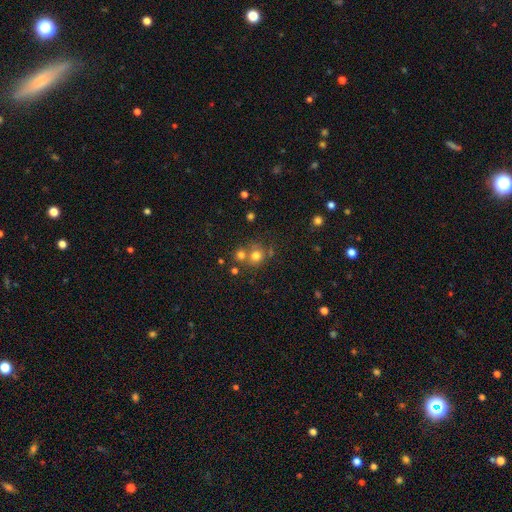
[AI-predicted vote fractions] A smooth galaxy with no disk features (73%) that is round (87%).

Vote fractions:
- Smooth or featured? smooth: 73% / star or artifact: 16% / featured or disk: 11%
- How rounded? round: 87% / in between: 12% / cigar-shaped: 1%
- Merging? none: 56% / merger: 31% / minor disturbance: 9% / major disturbance: 4%